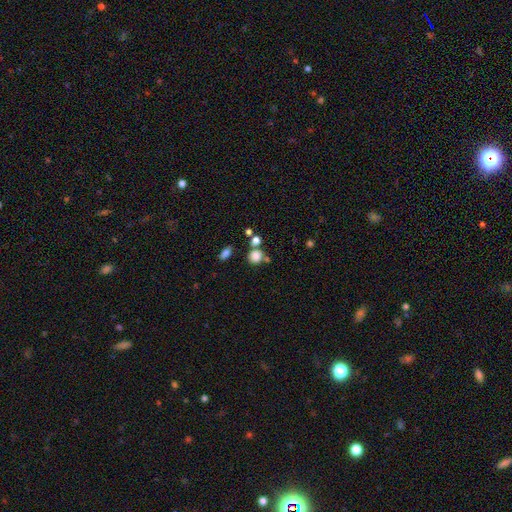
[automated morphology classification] A smooth galaxy with no disk features (81%) that is round (84%). Merging: none (63%).